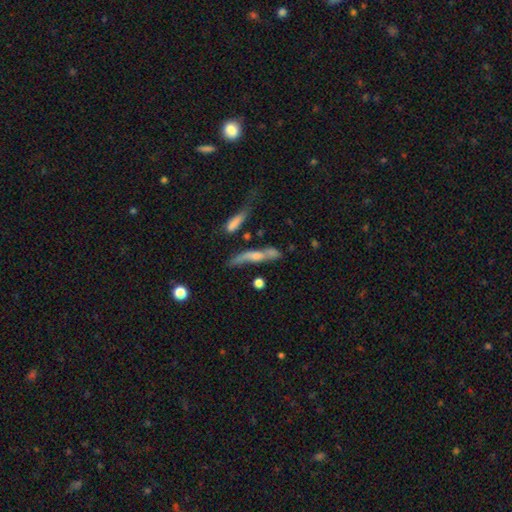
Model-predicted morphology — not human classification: Overall: featured or disk (59%; smooth 31%). Edge-on disk: yes (60%; no 40%). Merging: none (42%; minor disturbance 22%).